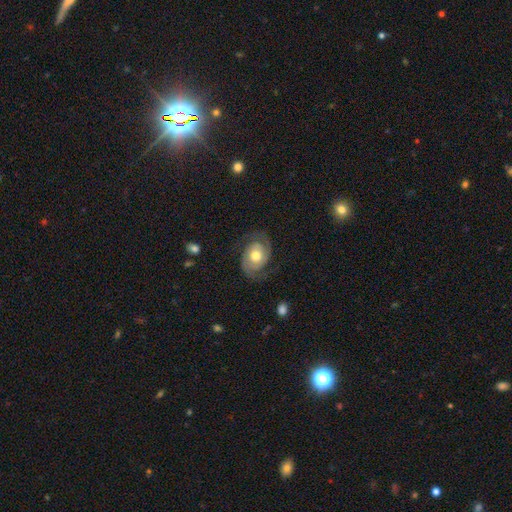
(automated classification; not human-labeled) Smooth or featured: featured or disk — 77% (smooth — 17%)
Edge-on disk: no — 97% (yes — 3%)
Bar: no — 72% (weak — 23%)
Spiral arms: yes — 93% (no — 7%)
Spiral winding: medium — 45% (tight — 33%)
Spiral arm count: 2 — 90% (can't tell — 4%)
Bulge size: moderate — 73% (large — 15%)
Merging: none — 72% (minor disturbance — 16%)